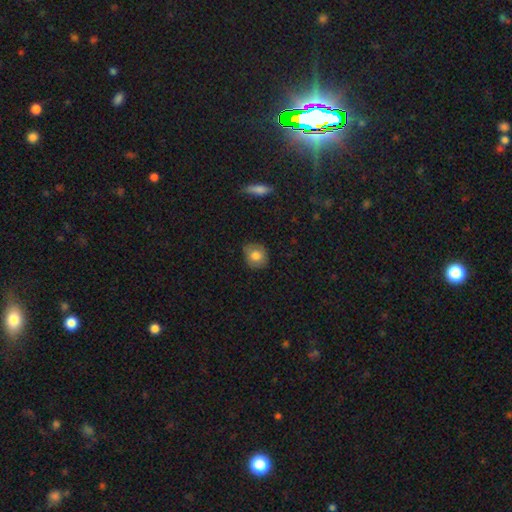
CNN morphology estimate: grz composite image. It shows a smooth galaxy with no disk features (79%) that is round (78%). Merging: none (79%).